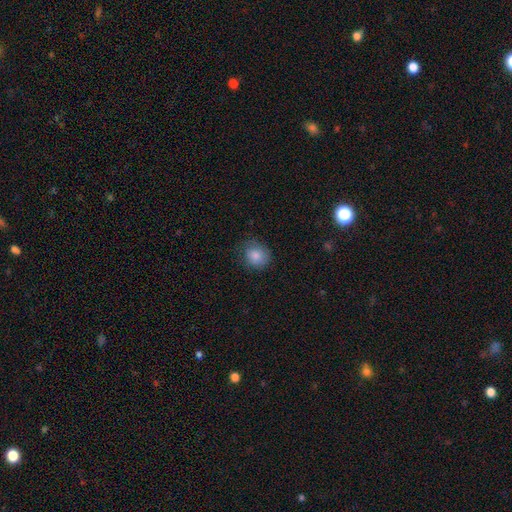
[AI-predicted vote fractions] Overall: smooth (84%). How rounded: round (72%). Merging: none (73%).